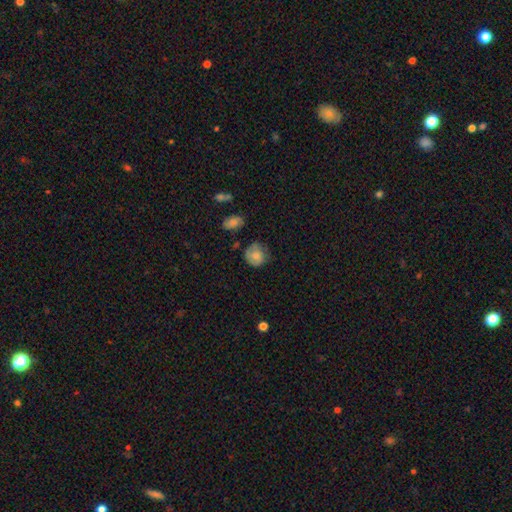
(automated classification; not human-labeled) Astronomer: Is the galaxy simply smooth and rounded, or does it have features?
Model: smooth — 72%.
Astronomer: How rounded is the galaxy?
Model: round — 77%.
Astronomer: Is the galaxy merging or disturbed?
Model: none — 59%.